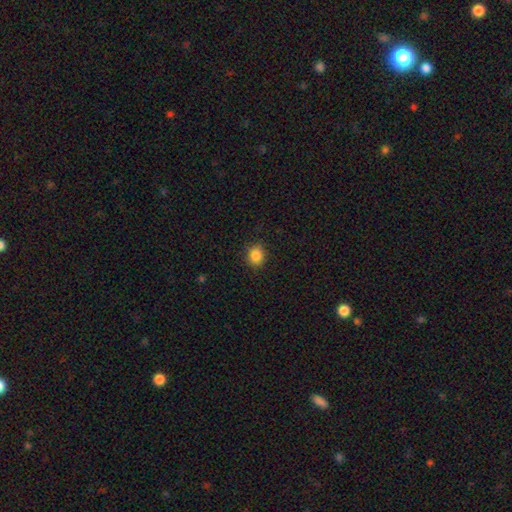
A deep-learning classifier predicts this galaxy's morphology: Smooth or featured? Predicted: smooth (p=0.86). How rounded? Predicted: round (p=0.74). Merging? Predicted: none (p=0.87).